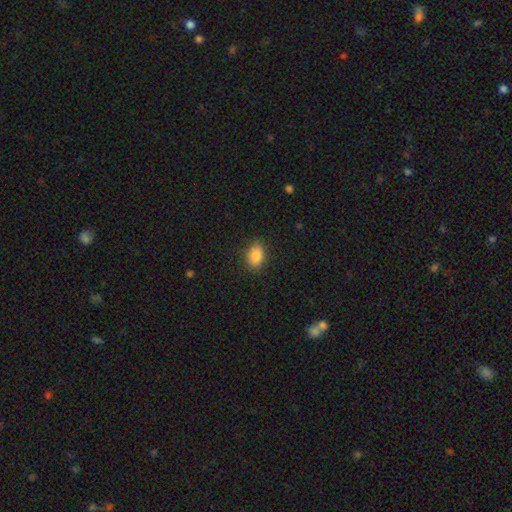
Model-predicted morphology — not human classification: smooth 87%, star or artifact 8%, featured or disk 5%. Down the decision tree: how rounded — in between (83%); merging — none (86%).